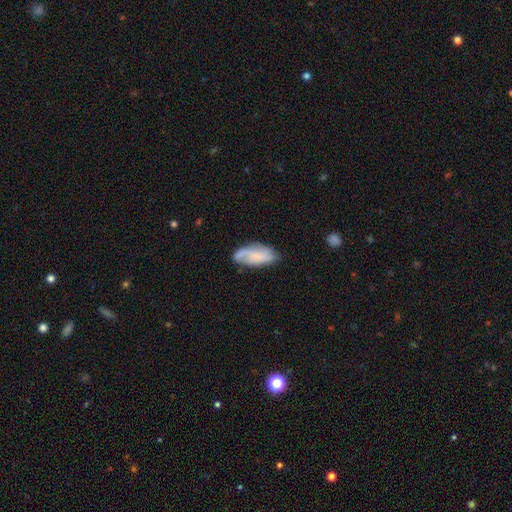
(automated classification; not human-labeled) Smooth or featured? Predicted: smooth (p=0.52). How rounded? Predicted: in between (p=0.87). Merging? Predicted: none (p=0.57).